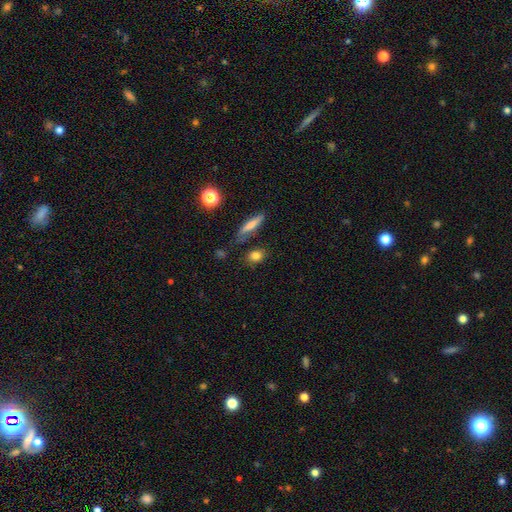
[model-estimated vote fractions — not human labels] Smooth or featured?
  - smooth: 81% *
  - star or artifact: 10%
  - featured or disk: 9%
How rounded?
  - in between: 49% *
  - round: 41%
  - cigar-shaped: 10%
Merging?
  - none: 75% *
  - minor disturbance: 15%
  - merger: 6%
  - major disturbance: 4%